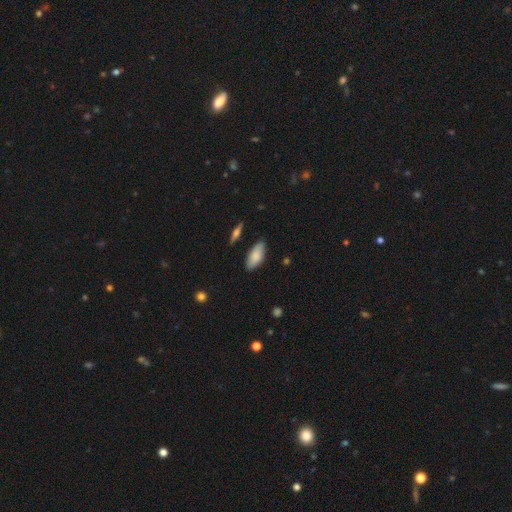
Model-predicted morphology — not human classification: Smooth or featured: smooth — 81% (featured or disk — 12%)
How rounded: in between — 87% (cigar-shaped — 11%)
Merging: none — 81% (minor disturbance — 14%)